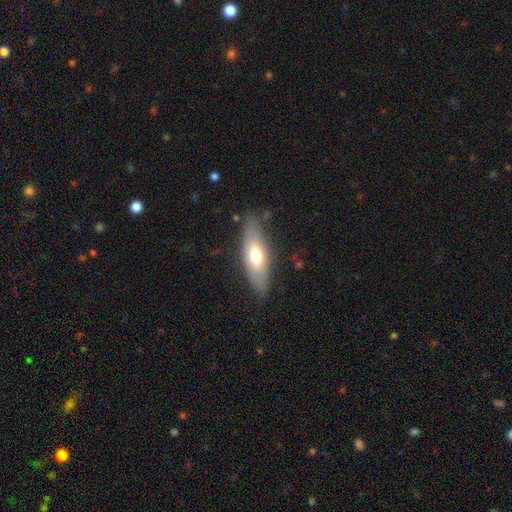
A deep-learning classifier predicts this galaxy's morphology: Smooth or featured?
  - smooth: 63% *
  - featured or disk: 31%
  - star or artifact: 6%
How rounded?
  - in between: 61% *
  - cigar-shaped: 37%
  - round: 2%
Merging?
  - none: 79% *
  - minor disturbance: 16%
  - major disturbance: 4%
  - merger: 2%